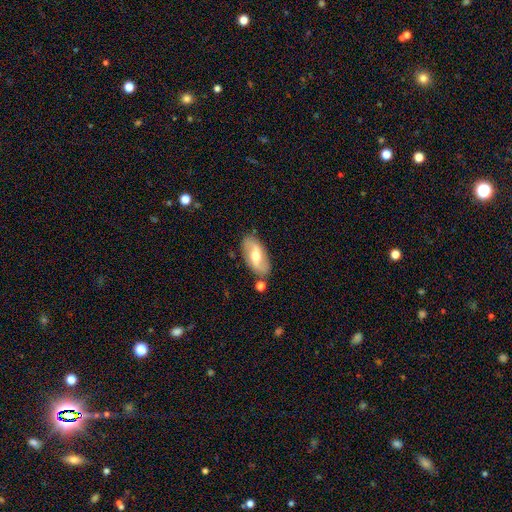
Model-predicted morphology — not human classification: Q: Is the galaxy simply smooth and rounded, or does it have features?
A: featured or disk — 56%.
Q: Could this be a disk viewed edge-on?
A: no — 88%.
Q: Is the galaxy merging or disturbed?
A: none — 80%.